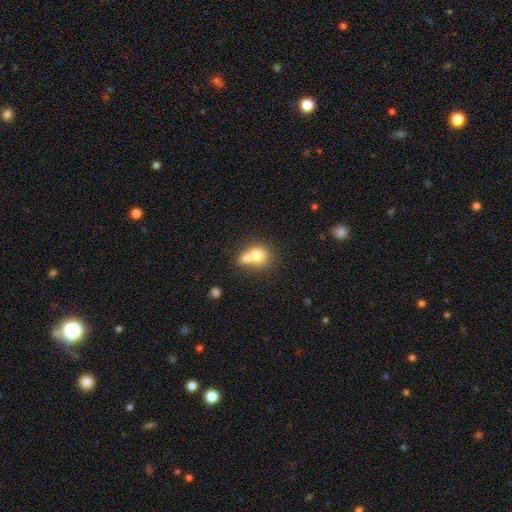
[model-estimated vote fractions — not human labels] Overall: smooth (72%). How rounded: round (68%; in between 31%). Merging: merger (65%).